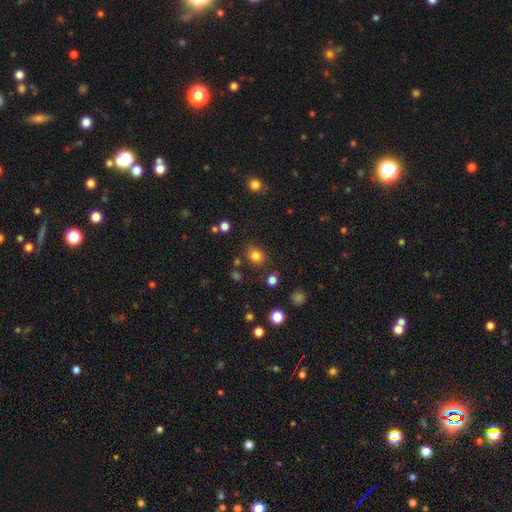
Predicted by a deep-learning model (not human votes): This appears to be a smooth galaxy with no disk features (81%) that is round (64%). Merging: none (81%).